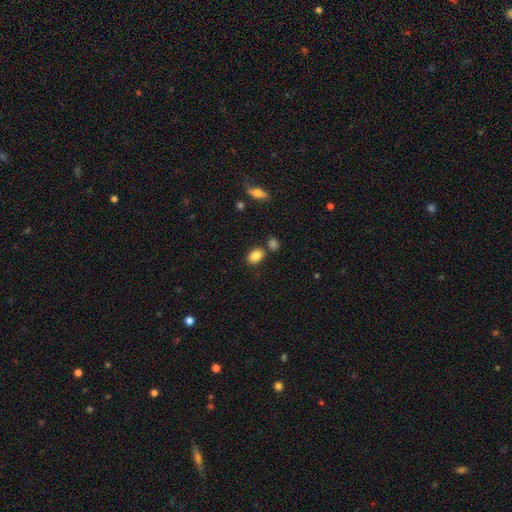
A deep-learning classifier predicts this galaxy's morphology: A smooth galaxy with no disk features (85%) that is in between round and cigar-shaped (85%).

Vote fractions:
- Smooth or featured? smooth: 85% / star or artifact: 8% / featured or disk: 7%
- How rounded? in between: 85% / round: 13% / cigar-shaped: 2%
- Merging? none: 74% / merger: 12% / minor disturbance: 11% / major disturbance: 3%